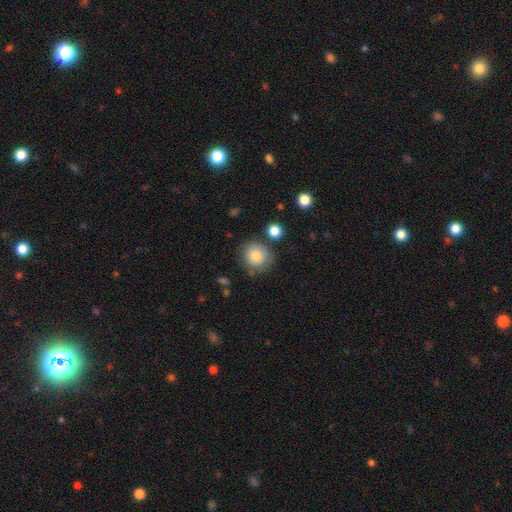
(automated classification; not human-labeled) This is clearly a smooth galaxy (82%). How rounded: clearly round (86%). Merging: likely none (76%).